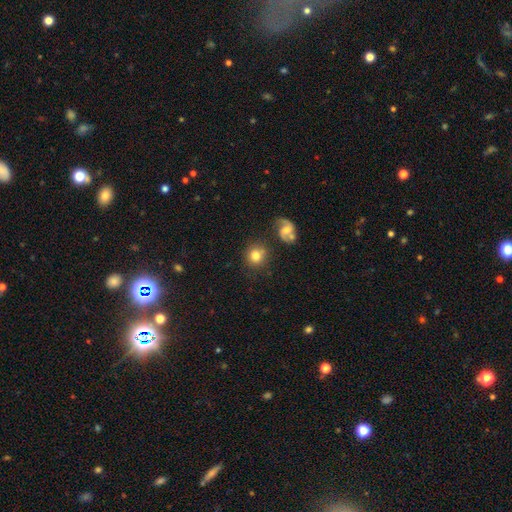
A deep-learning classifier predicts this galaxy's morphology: A smooth galaxy with no disk features (74%) that is round (88%).

Vote fractions:
- Smooth or featured? smooth: 74% / featured or disk: 16% / star or artifact: 10%
- How rounded? round: 88% / in between: 11% / cigar-shaped: 1%
- Merging? none: 75% / minor disturbance: 11% / merger: 10% / major disturbance: 4%